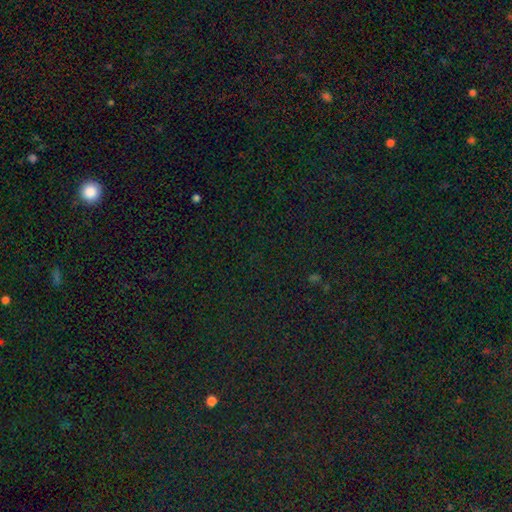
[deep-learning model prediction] Morphology: type=star or artifact (80%).